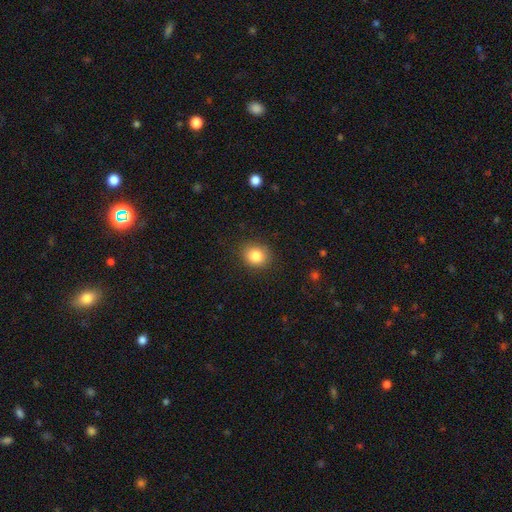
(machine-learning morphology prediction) Smooth or featured: smooth — 84% (star or artifact — 10%)
How rounded: round — 72% (in between — 27%)
Merging: none — 88% (minor disturbance — 9%)